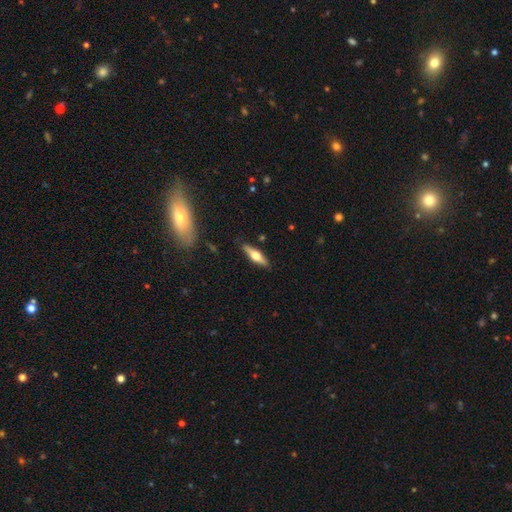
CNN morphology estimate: Smooth or featured? featured or disk (54%)
Edge-on disk? yes (93%)
Edge-on bulge? rounded (94%)
Merging? none (88%)